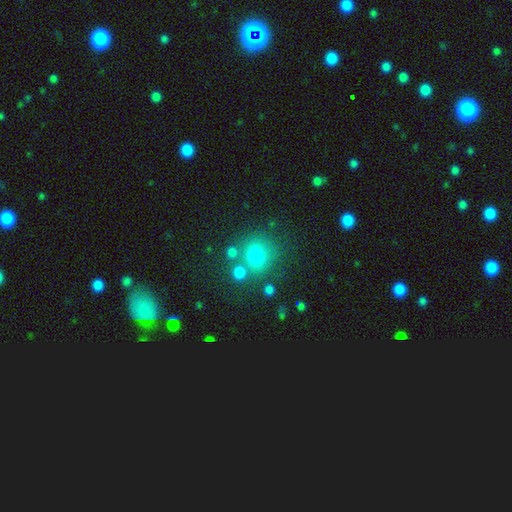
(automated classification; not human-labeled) Q: Smooth or featured?
A: smooth (74%); runner-up: star or artifact (16%)
Q: How rounded?
A: round (78%); runner-up: in between (21%)
Q: Merging?
A: none (68%); runner-up: merger (14%)